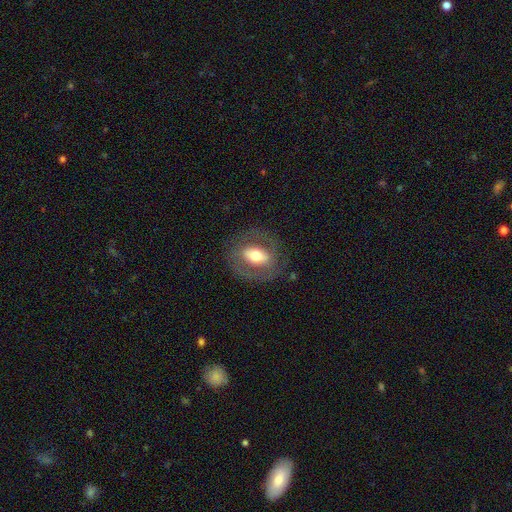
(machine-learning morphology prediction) type=featured or disk (53%); edge-on=no (91%); merging=none (77%).